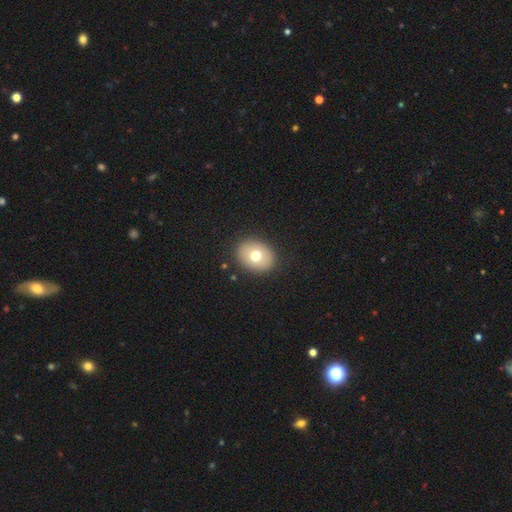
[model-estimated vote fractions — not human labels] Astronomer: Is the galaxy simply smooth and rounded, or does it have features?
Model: smooth — 70%.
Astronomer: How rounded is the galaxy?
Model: in between — 52% (runner-up: round, 47%).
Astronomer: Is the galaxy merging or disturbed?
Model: none — 89%.